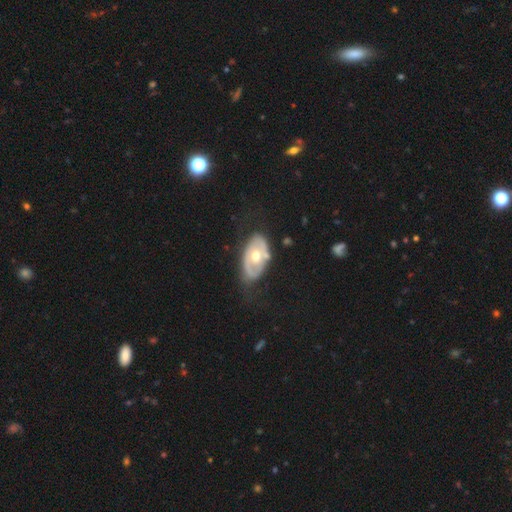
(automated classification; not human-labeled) Smooth or featured?
  - featured or disk: 63% *
  - smooth: 33%
  - star or artifact: 5%
Edge-on disk?
  - no: 91% *
  - yes: 9%
Bar?
  - no: 75% *
  - weak: 19%
  - strong: 6%
Spiral arms?
  - no: 69% *
  - yes: 31%
Bulge size?
  - moderate: 77% *
  - large: 13%
  - small: 9%
  - dominant: 1%
  - none: 1%
Merging?
  - none: 58% *
  - minor disturbance: 25%
  - major disturbance: 12%
  - merger: 5%